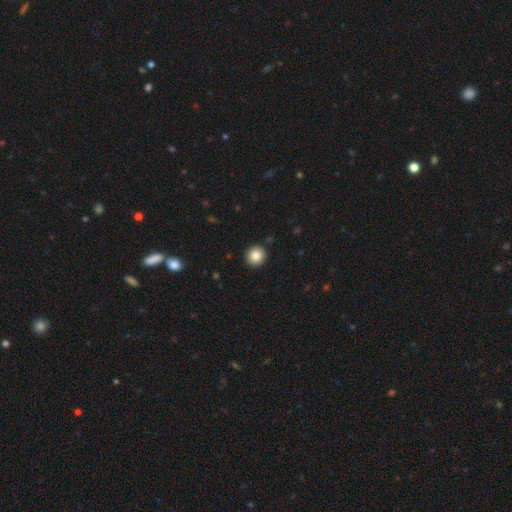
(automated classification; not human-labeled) smooth_or_featured: smooth (p=0.86) [alt: star or artifact p=0.09]
how_rounded: round (p=0.91) [alt: in between p=0.08]
merging: none (p=0.92) [alt: minor disturbance p=0.05]